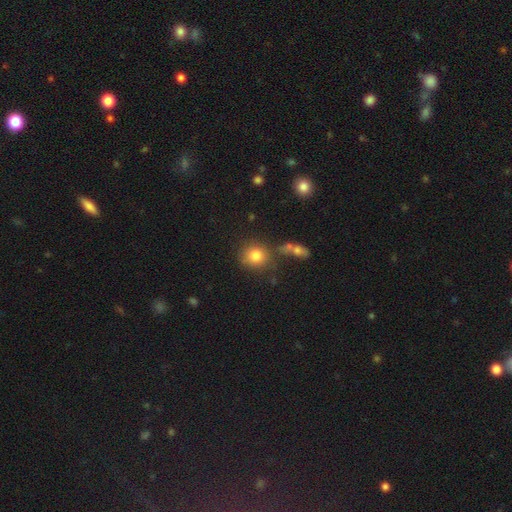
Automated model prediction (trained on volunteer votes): The model was most divided on "merging": none: 73%, minor disturbance: 12%, merger: 11%, major disturbance: 5%. More confident: how rounded — round (85%); smooth or featured — smooth (82%).